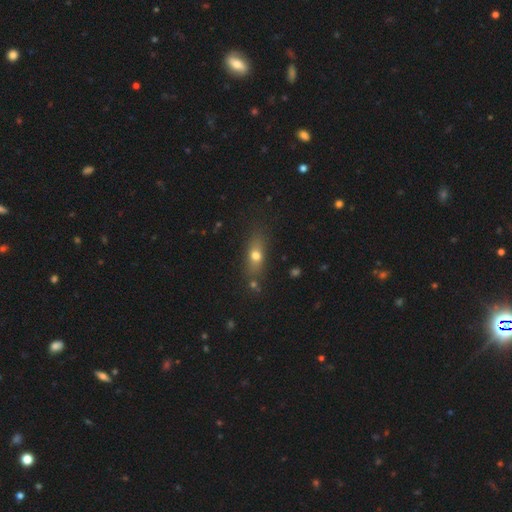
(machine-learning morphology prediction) A smooth galaxy with no disk features (67%) that is in between round and cigar-shaped (57%). Merging: none (76%).